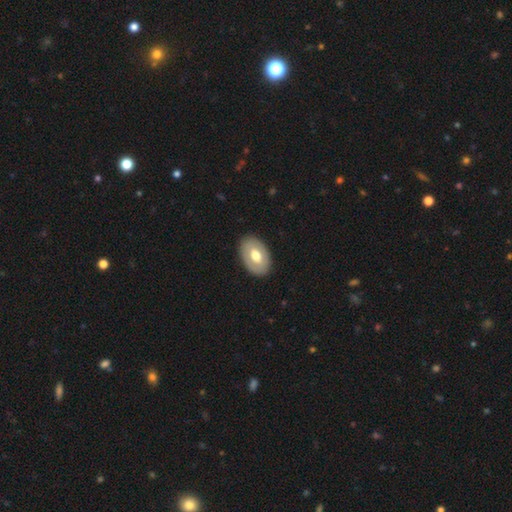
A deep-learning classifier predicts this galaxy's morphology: A smooth galaxy with no disk features (56%) that is in between round and cigar-shaped (88%). Merging: none (86%).